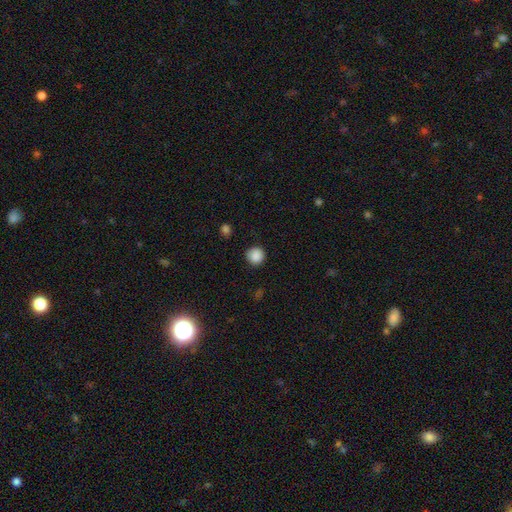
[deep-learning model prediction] This appears to be a smooth galaxy with no disk features (88%) that is round (93%). Merging: none (87%).